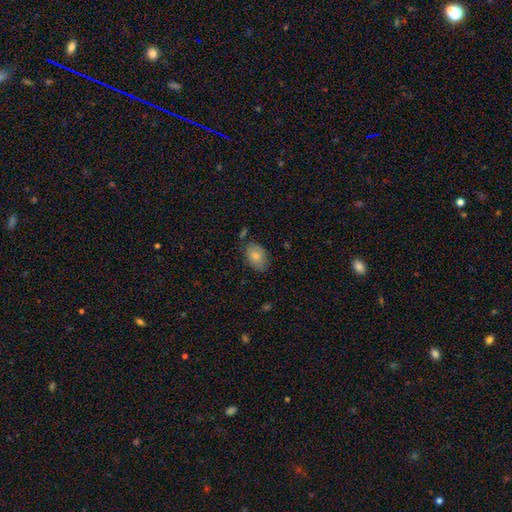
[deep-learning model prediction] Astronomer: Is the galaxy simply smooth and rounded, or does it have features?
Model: smooth — 80%.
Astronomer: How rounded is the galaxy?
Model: in between — 84%.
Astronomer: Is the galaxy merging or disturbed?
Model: none — 71%.